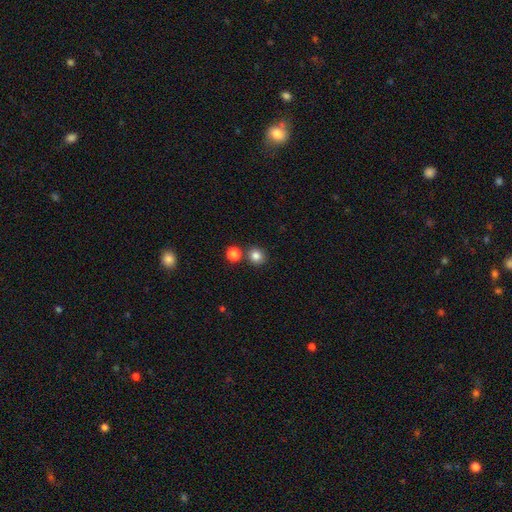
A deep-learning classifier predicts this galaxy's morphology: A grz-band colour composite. It shows a smooth galaxy with no disk features (82%) that is round (89%). Merging: none (78%).